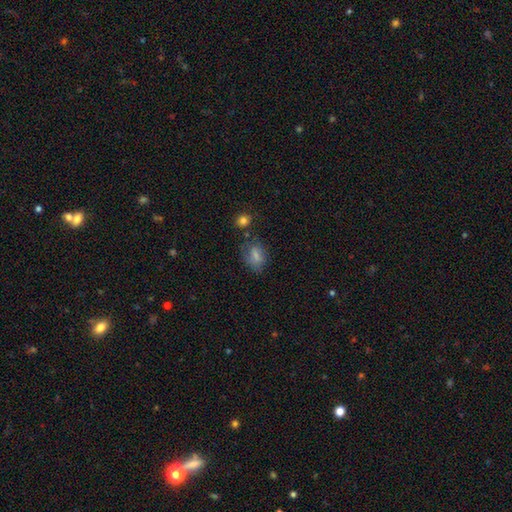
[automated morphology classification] smooth_or_featured: smooth (p=0.73) [alt: featured or disk p=0.16]
how_rounded: in between (p=0.71) [alt: round p=0.26]
merging: none (p=0.57) [alt: minor disturbance p=0.25]